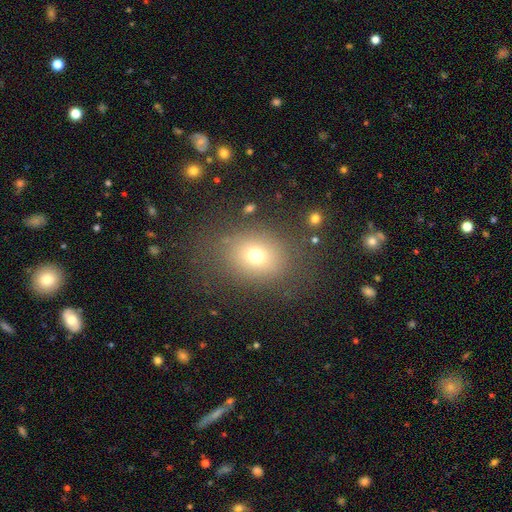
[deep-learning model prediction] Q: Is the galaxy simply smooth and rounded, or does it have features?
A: smooth — 69%.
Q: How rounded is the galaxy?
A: round — 55%.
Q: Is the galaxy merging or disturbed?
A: none — 76%.